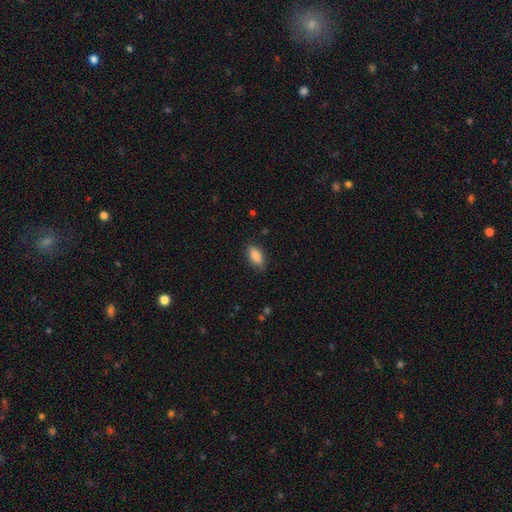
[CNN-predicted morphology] type=smooth (80%); roundness=in between (78%); merging=none (82%).